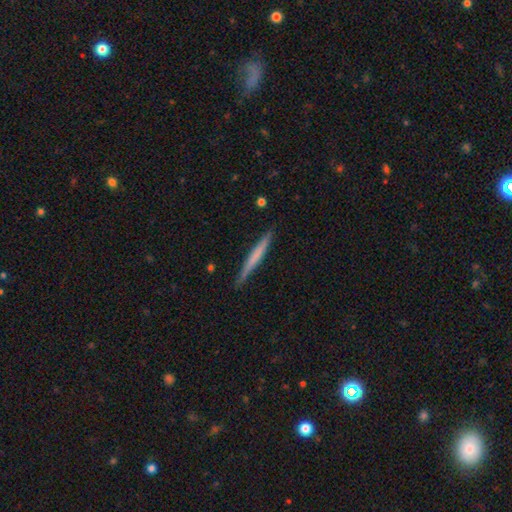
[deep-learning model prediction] The model was most divided on "smooth or featured": smooth: 55%, featured or disk: 40%, star or artifact: 5%. More confident: how rounded — cigar-shaped (97%); merging — none (88%).